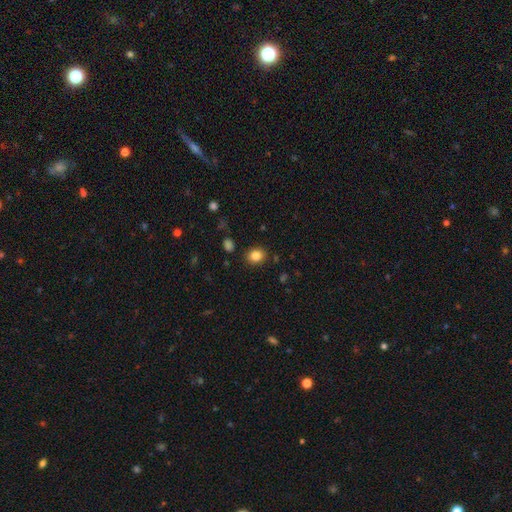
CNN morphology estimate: This appears to be a smooth galaxy with no disk features (85%) that is round (62%). Merging: none (88%).